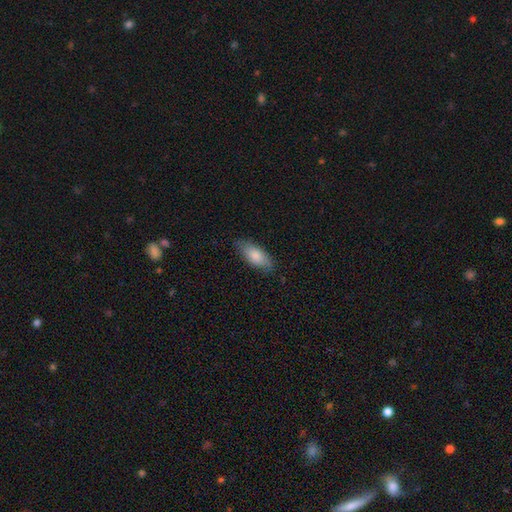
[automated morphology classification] Smooth or featured? Predicted: smooth (p=0.81). How rounded? Predicted: in between (p=0.85). Merging? Predicted: none (p=0.78).